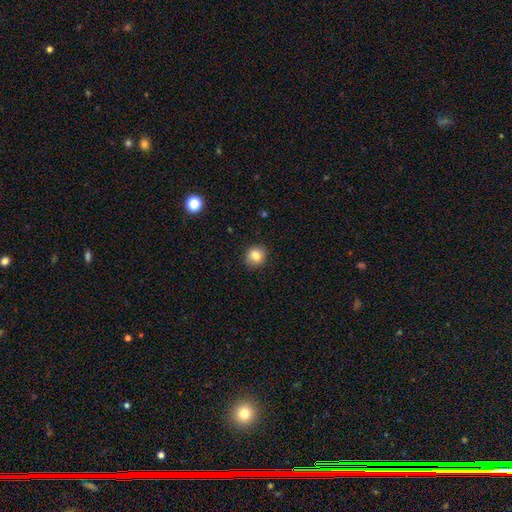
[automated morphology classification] smooth 82%, star or artifact 10%, featured or disk 8%. Down the decision tree: how rounded — round (84%); merging — none (88%).